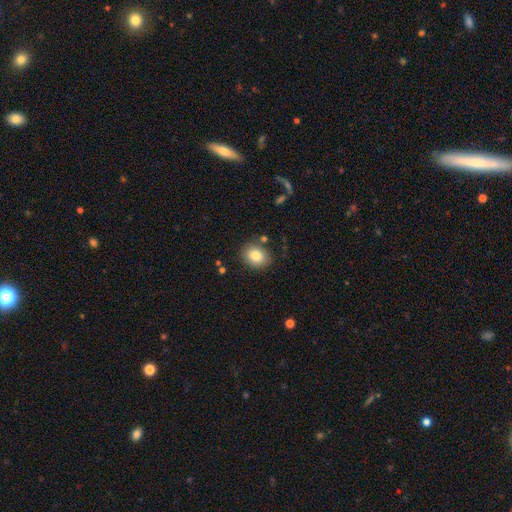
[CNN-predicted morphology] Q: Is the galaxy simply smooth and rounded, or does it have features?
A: smooth — 83%.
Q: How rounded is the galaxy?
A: round — 54%.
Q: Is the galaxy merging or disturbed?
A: none — 82%.